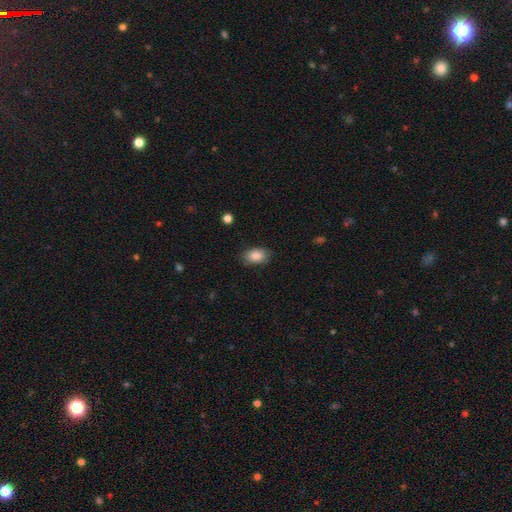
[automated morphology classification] Smooth or featured: smooth — 87% (star or artifact — 7%)
How rounded: in between — 89% (round — 10%)
Merging: none — 84% (minor disturbance — 12%)